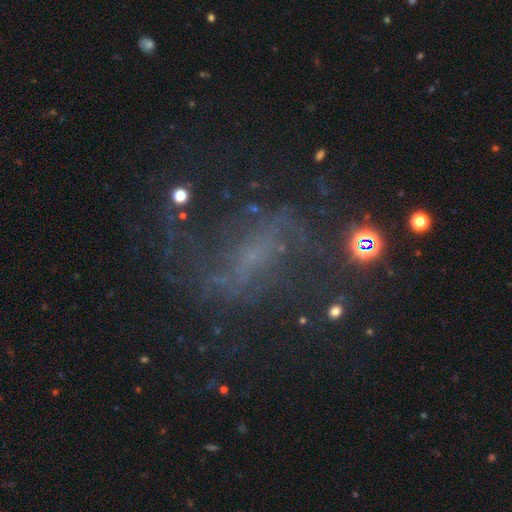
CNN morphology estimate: type=featured or disk (56%); edge-on=no (87%); merging=none (53%).